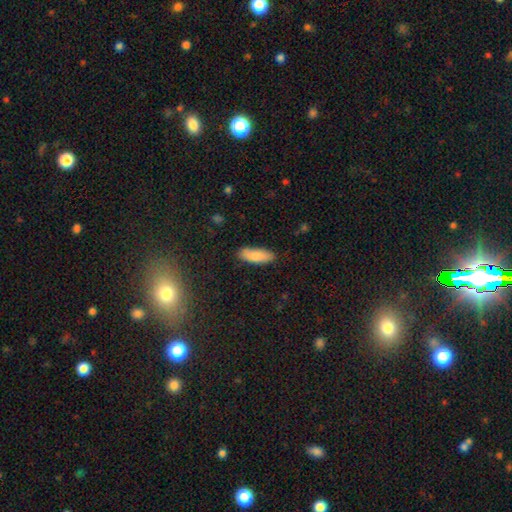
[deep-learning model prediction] A smooth galaxy with no disk features (87%) that is in between round and cigar-shaped (64%).

Vote fractions:
- Smooth or featured? smooth: 87% / featured or disk: 7% / star or artifact: 6%
- How rounded? in between: 64% / cigar-shaped: 34% / round: 2%
- Merging? none: 86% / minor disturbance: 11% / major disturbance: 2% / merger: 1%